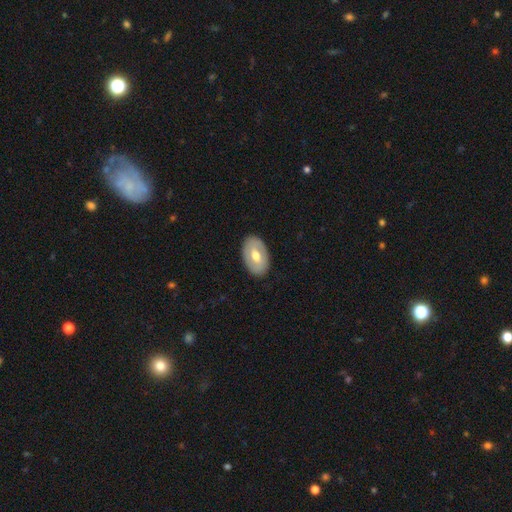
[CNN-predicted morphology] smooth 51%, featured or disk 44%, star or artifact 6%. Down the decision tree: how rounded — in between (89%); merging — none (87%).